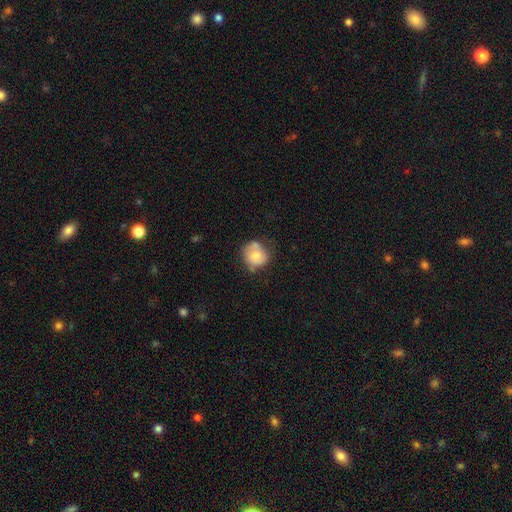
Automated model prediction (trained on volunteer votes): Morphology: type=smooth (59%); roundness=round (76%); merging=none (51%).